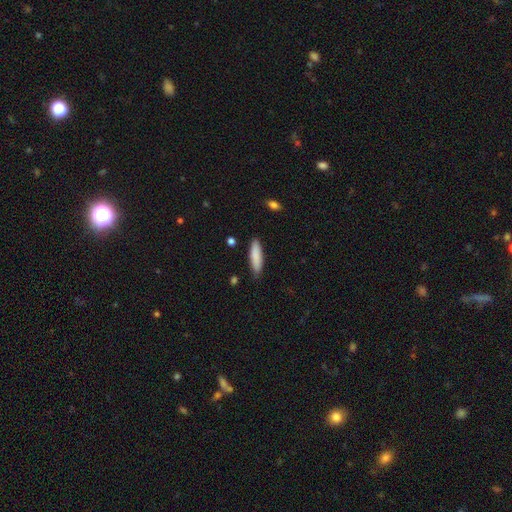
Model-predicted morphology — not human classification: smooth-or-featured: smooth: 86% | featured or disk: 8% | star or artifact: 6%
  how-rounded: cigar-shaped: 69% | in between: 30% | round: 1%
  merging: none: 85% | minor disturbance: 12% | major disturbance: 2% | merger: 2%